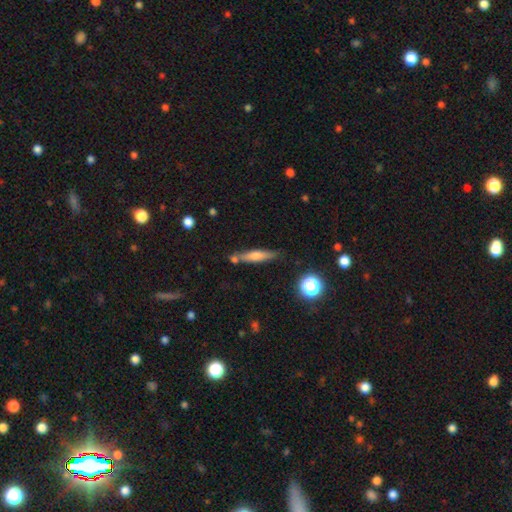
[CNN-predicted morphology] smooth 48%, featured or disk 42%, star or artifact 10%. Down the decision tree: merging — none (74%).